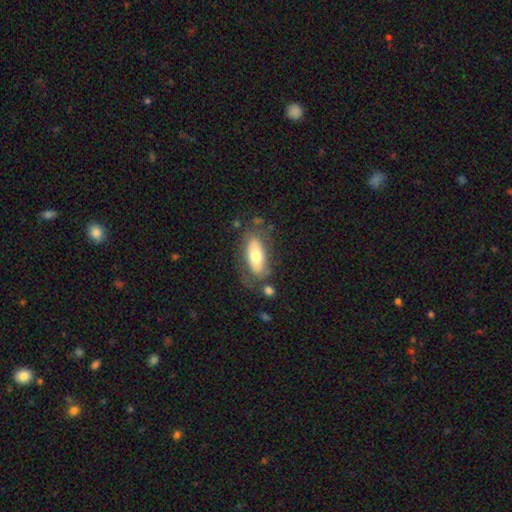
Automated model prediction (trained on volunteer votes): The model was most divided on "smooth or featured": smooth: 60%, featured or disk: 34%, star or artifact: 6%. More confident: how rounded — in between (84%); merging — none (67%).